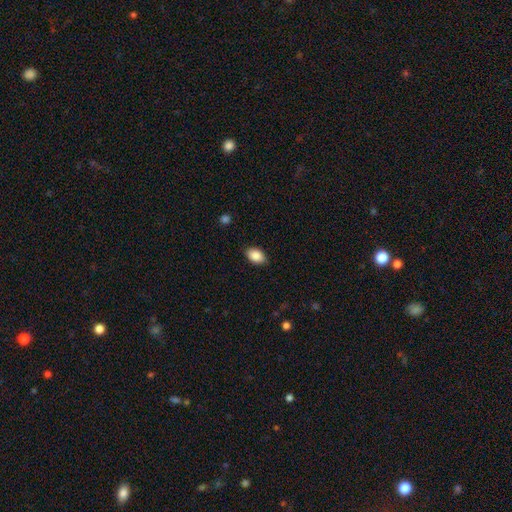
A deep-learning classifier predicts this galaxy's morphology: This appears to be a smooth galaxy with no disk features (88%) that is in between round and cigar-shaped (87%). Merging: none (86%).